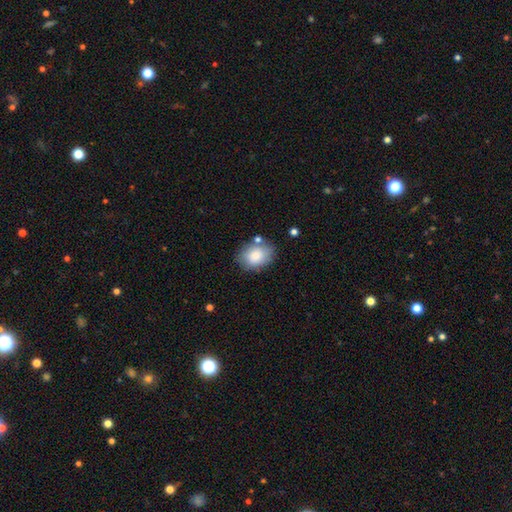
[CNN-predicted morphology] Smooth or featured?
  - smooth: 83% *
  - featured or disk: 10%
  - star or artifact: 7%
How rounded?
  - in between: 69% *
  - round: 30%
  - cigar-shaped: 1%
Merging?
  - none: 73% *
  - minor disturbance: 16%
  - merger: 6%
  - major disturbance: 4%